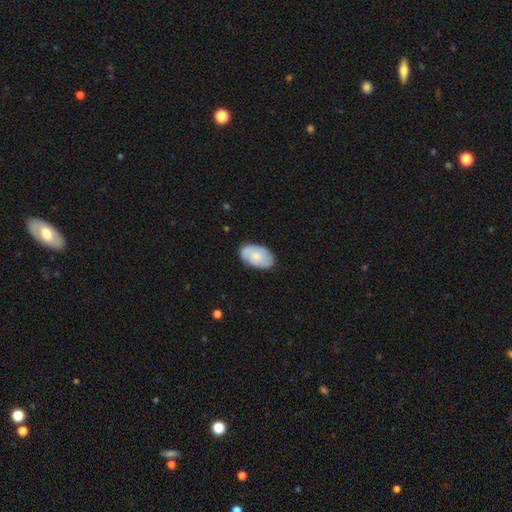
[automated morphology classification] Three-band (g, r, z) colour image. It shows a smooth galaxy with no disk features (68%) that is in between round and cigar-shaped (93%). Merging: none (79%).